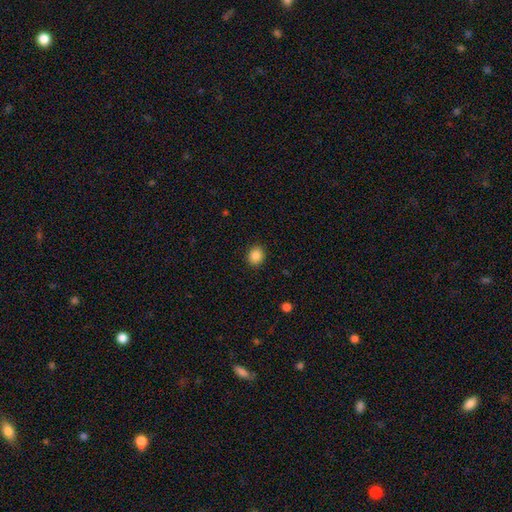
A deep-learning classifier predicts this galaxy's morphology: Overall: smooth (87%). How rounded: round (68%; in between 31%). Merging: none (90%).